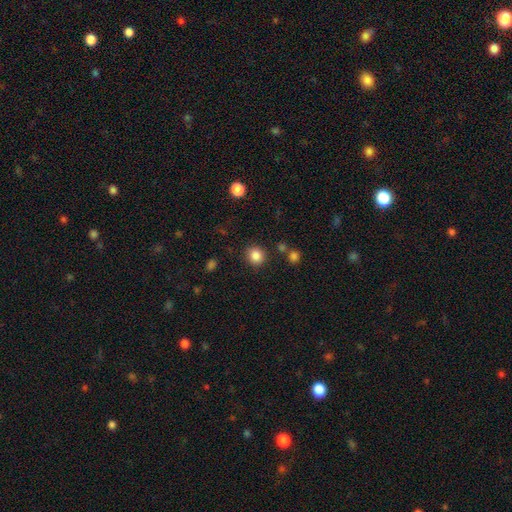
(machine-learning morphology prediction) Q: Smooth or featured?
A: smooth (85%); runner-up: star or artifact (11%)
Q: How rounded?
A: round (87%); runner-up: in between (12%)
Q: Merging?
A: none (85%); runner-up: minor disturbance (8%)